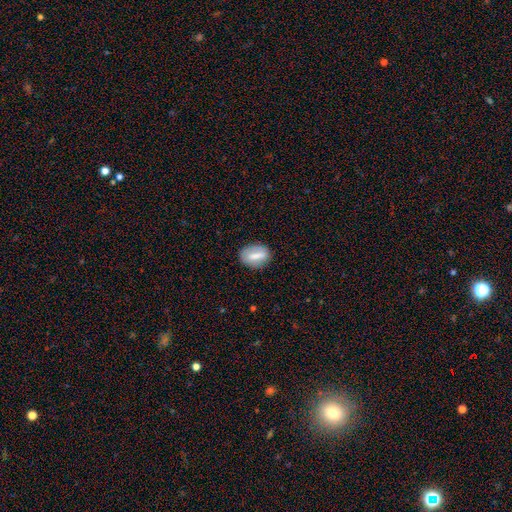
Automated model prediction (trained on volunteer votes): Smooth or featured? smooth (62%)
How rounded? in between (74%)
Merging? none (82%)